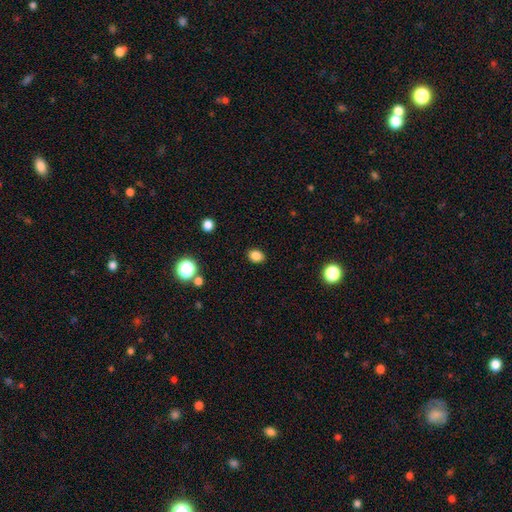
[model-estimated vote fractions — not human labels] Smooth or featured? smooth (84%)
How rounded? in between (59%)
Merging? none (88%)